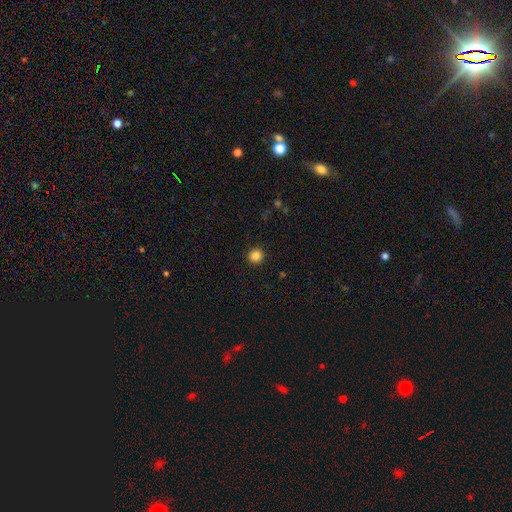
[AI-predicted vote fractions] Smooth or featured? Predicted: smooth (p=0.85). How rounded? Predicted: round (p=0.91). Merging? Predicted: none (p=0.92).